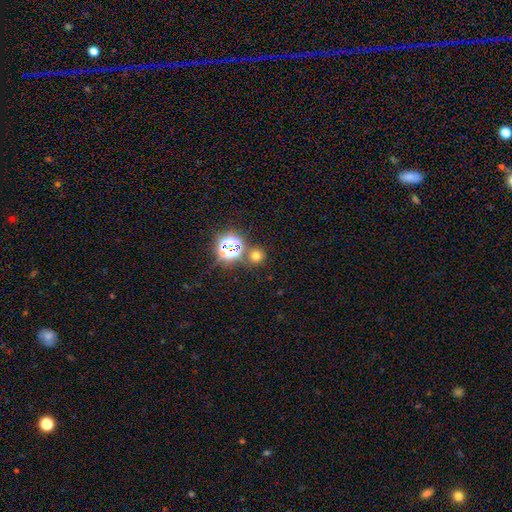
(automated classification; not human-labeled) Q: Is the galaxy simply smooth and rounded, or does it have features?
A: smooth — 60%.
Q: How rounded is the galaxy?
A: round — 90%.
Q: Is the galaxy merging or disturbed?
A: none — 79%.